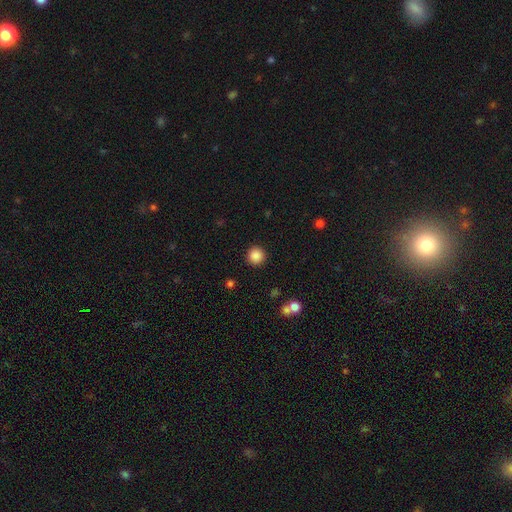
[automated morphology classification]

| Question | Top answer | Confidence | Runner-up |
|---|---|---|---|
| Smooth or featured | smooth | 87% | star or artifact (10%) |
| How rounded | round | 95% | in between (4%) |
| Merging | none | 92% | minor disturbance (5%) |